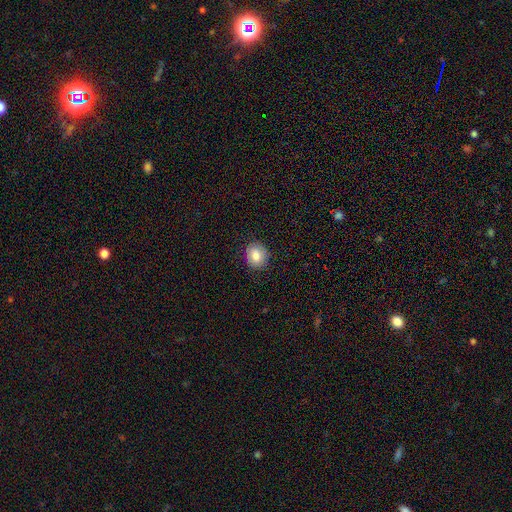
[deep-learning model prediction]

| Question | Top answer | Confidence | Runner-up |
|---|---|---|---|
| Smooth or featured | smooth | 81% | featured or disk (10%) |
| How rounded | round | 68% | in between (31%) |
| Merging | none | 87% | minor disturbance (10%) |